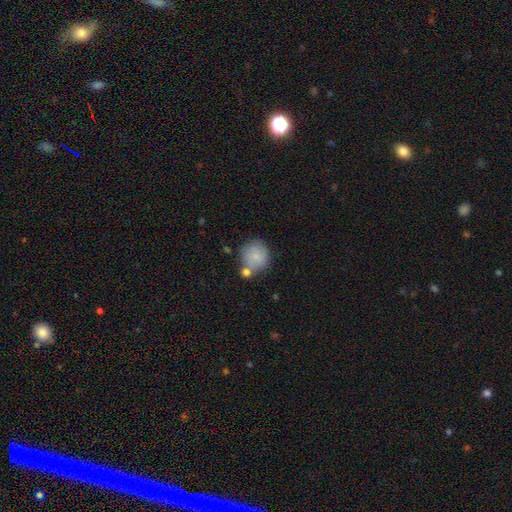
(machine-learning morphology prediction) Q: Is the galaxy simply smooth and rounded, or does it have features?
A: smooth — 78%.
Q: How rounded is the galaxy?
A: round — 86%.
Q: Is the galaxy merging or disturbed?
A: none — 55%.